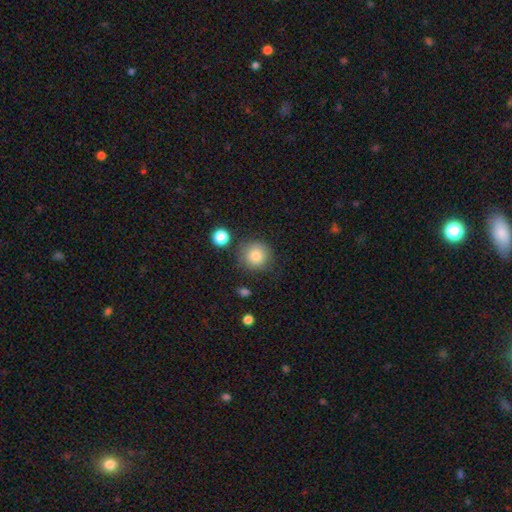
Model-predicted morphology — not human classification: smooth_or_featured: smooth (p=0.82) [alt: star or artifact p=0.10]
how_rounded: round (p=0.94) [alt: in between p=0.05]
merging: none (p=0.82) [alt: minor disturbance p=0.11]